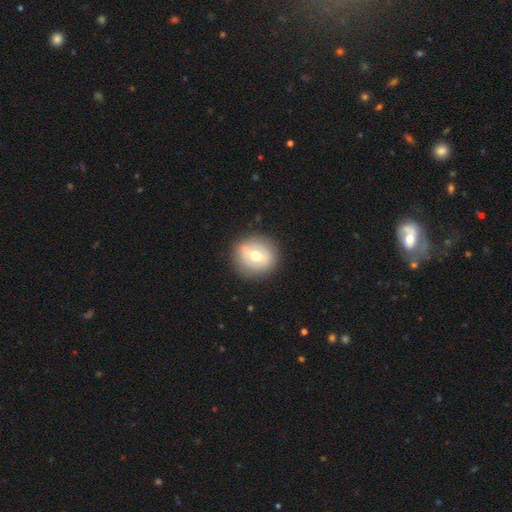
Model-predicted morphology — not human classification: A featured or disk galaxy (51%).

Vote fractions:
- Smooth or featured? featured or disk: 51% / smooth: 43% / star or artifact: 7%
- Edge-on disk? no: 93% / yes: 7%
- Merging? none: 85% / minor disturbance: 10% / major disturbance: 4% / merger: 1%